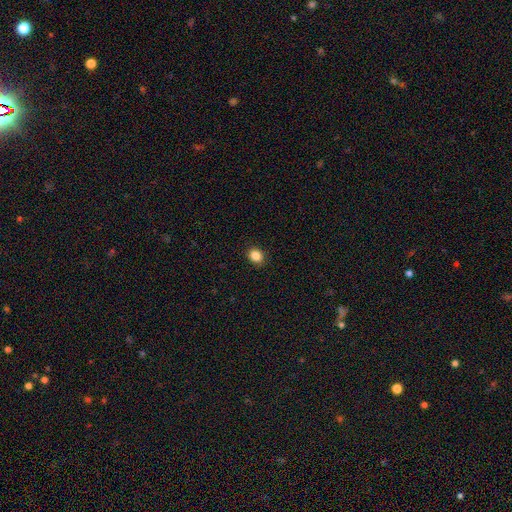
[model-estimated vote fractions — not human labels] This appears to be a smooth galaxy with no disk features (86%) that is round (65%). Merging: none (91%).